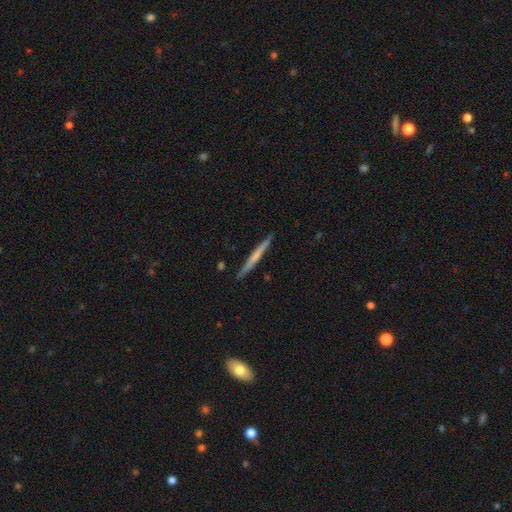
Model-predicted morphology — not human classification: This appears to be a featured or disk galaxy (53%) viewed edge-on (98%) with no central bulge (67%). Merging: none (90%).